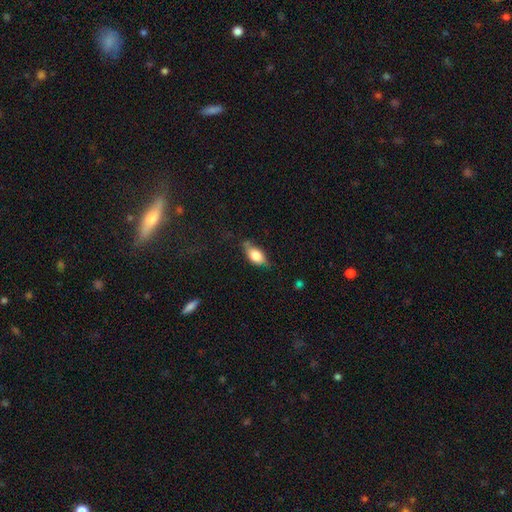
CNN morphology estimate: Smooth or featured: smooth — 71% (featured or disk — 21%)
How rounded: in between — 84% (cigar-shaped — 10%)
Merging: none — 60% (minor disturbance — 29%)